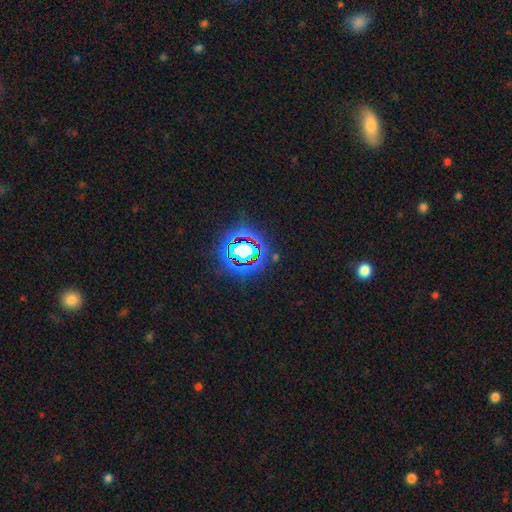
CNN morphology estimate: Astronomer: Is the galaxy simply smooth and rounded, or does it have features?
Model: star or artifact — 77%.